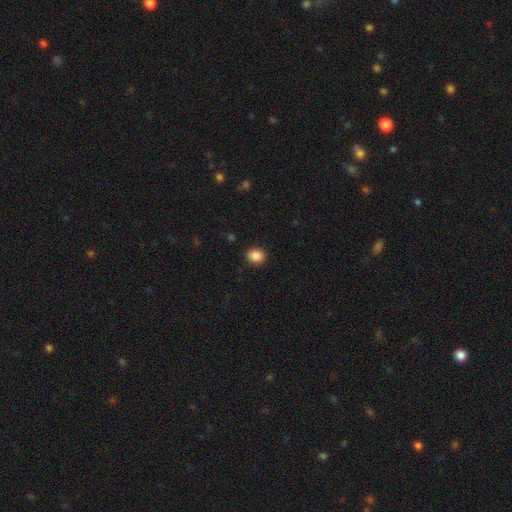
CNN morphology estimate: This is clearly a smooth galaxy (87%). How rounded: likely round (74%). Merging: clearly none (91%).